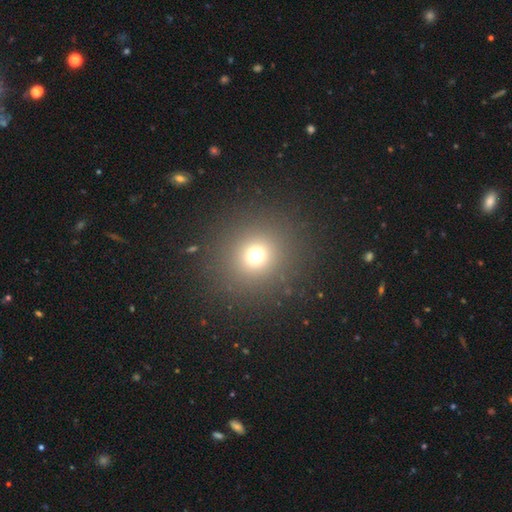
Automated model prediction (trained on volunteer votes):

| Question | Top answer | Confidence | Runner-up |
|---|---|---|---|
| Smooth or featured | smooth | 69% | star or artifact (22%) |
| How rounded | round | 89% | in between (10%) |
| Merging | none | 86% | minor disturbance (7%) |